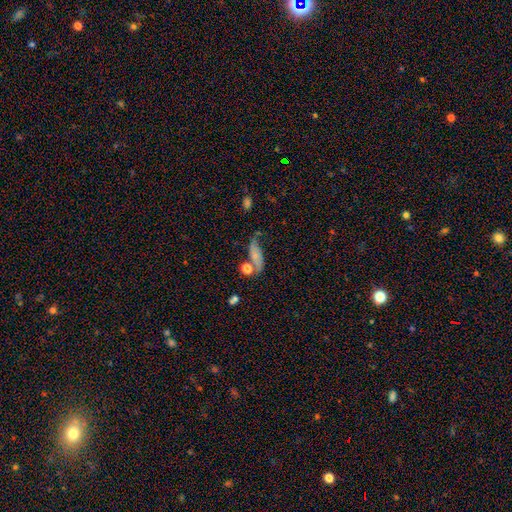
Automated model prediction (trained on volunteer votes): Smooth or featured? smooth (59%)
How rounded? in between (67%)
Merging? none (45%)